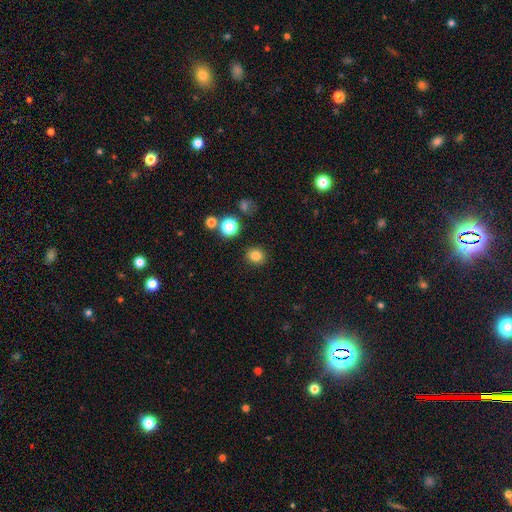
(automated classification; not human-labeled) Q: Smooth or featured?
A: smooth (82%); runner-up: star or artifact (13%)
Q: How rounded?
A: round (77%); runner-up: in between (22%)
Q: Merging?
A: none (89%); runner-up: minor disturbance (7%)